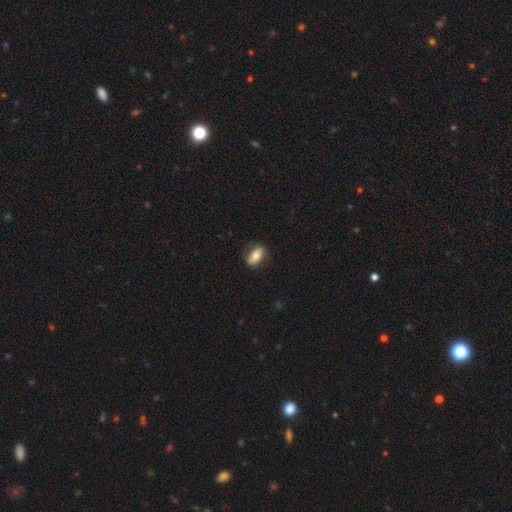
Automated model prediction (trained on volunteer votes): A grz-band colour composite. It shows a smooth galaxy with no disk features (66%) that is in between round and cigar-shaped (86%). Merging: none (79%).